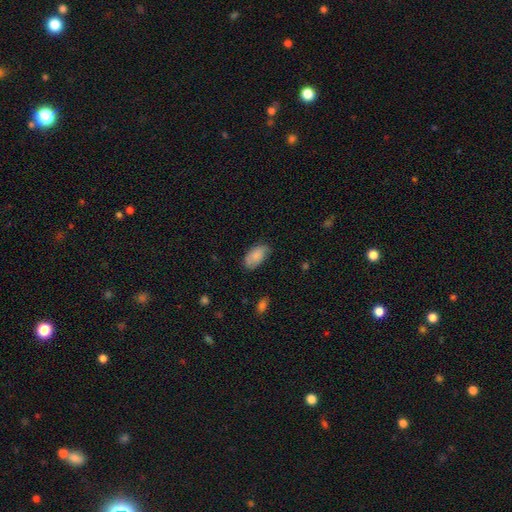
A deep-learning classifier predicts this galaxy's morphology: Overall: smooth (83%). How rounded: in between (94%). Merging: none (68%).